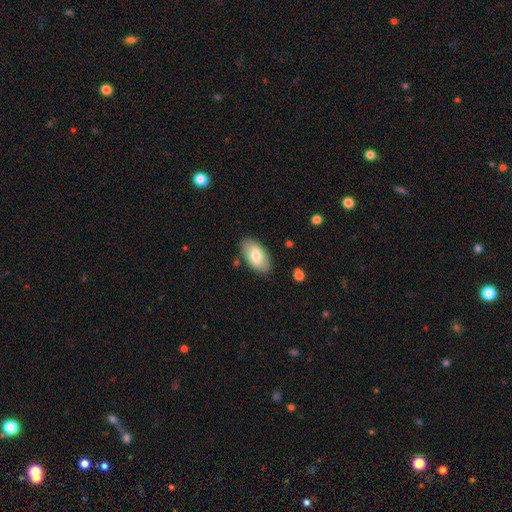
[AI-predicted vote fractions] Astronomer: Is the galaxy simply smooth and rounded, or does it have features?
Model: smooth — 73%.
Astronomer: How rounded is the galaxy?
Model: in between — 94%.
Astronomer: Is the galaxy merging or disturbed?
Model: none — 85%.